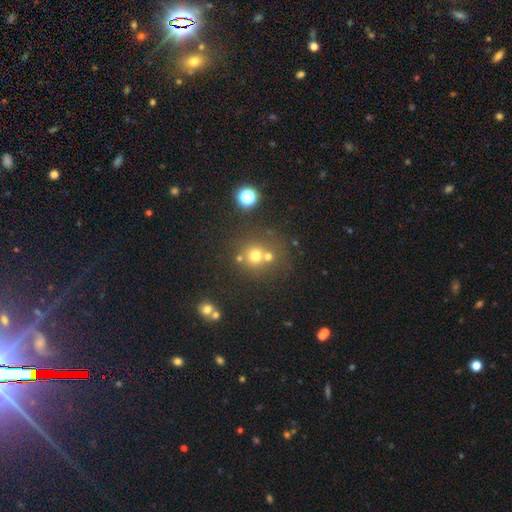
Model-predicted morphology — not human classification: Smooth or featured: smooth — 65% (star or artifact — 22%)
How rounded: round — 89% (in between — 10%)
Merging: none — 59% (merger — 28%)